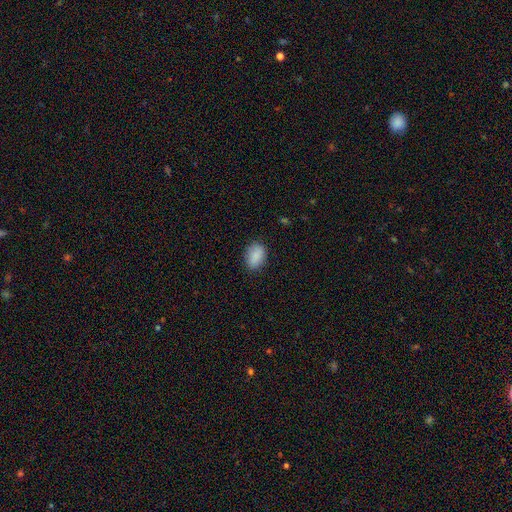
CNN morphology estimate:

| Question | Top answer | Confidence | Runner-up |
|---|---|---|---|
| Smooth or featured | smooth | 89% | star or artifact (7%) |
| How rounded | in between | 84% | round (14%) |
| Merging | none | 85% | minor disturbance (11%) |